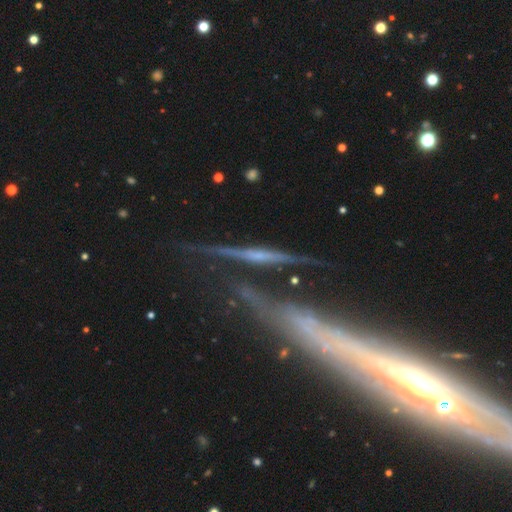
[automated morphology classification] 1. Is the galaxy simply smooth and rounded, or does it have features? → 70% featured or disk, 16% star or artifact, 14% smooth.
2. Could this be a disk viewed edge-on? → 83% yes, 17% no.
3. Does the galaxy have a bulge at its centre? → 43% none, 36% rounded, 21% boxy.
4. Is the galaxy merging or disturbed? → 59% none, 17% minor disturbance, 13% major disturbance, 12% merger.